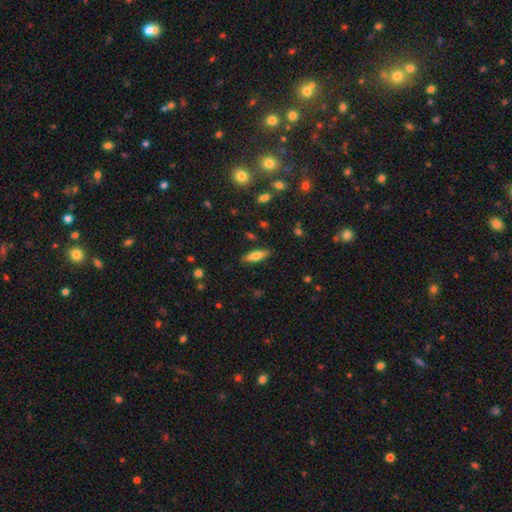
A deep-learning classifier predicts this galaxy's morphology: Smooth or featured? Predicted: smooth (p=0.73). How rounded? Predicted: in between (p=0.56). Merging? Predicted: none (p=0.86).